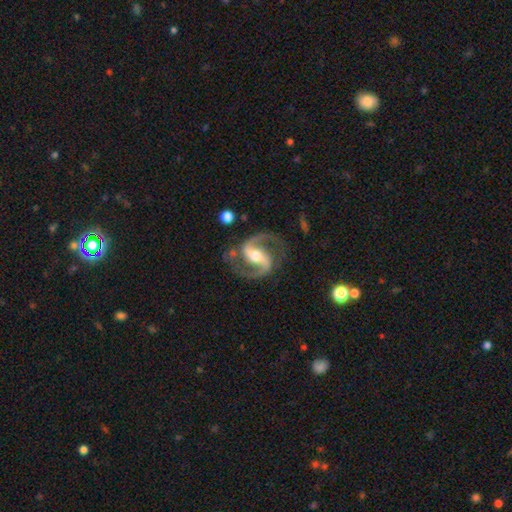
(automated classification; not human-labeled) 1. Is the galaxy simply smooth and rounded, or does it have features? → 93% featured or disk, 4% star or artifact, 3% smooth.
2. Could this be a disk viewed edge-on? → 98% no, 2% yes.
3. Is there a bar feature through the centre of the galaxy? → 53% strong, 32% weak, 15% no.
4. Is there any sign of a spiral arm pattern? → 98% yes, 2% no.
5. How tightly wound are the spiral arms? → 64% medium, 23% loose, 13% tight.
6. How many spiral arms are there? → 94% 2, 1% can't tell, 1% 1, 1% 3, 1% 4, 1% more than 4.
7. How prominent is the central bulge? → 68% moderate, 21% small, 9% large, 1% none, 1% dominant.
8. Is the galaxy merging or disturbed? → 80% none, 12% minor disturbance, 6% major disturbance, 2% merger.